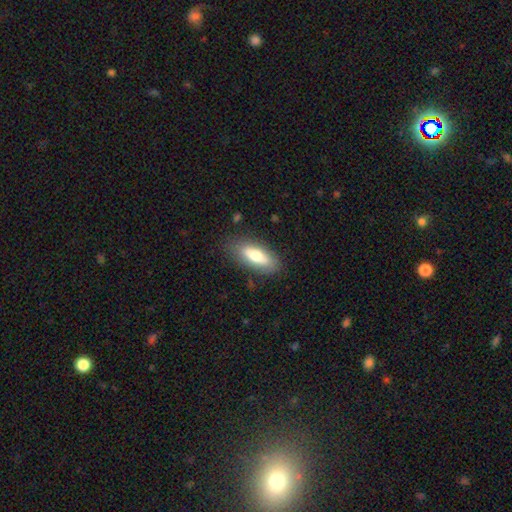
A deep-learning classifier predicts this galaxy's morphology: This is likely a smooth galaxy (65%). How rounded: likely in between (72%). Merging: clearly none (82%).